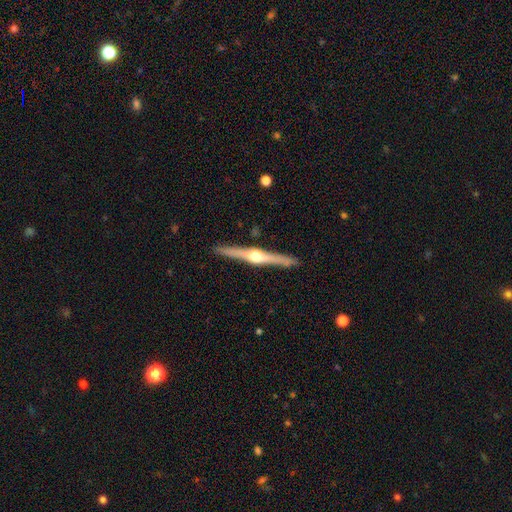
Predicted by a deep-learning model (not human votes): featured or disk 81%, smooth 14%, star or artifact 5%. Down the decision tree: edge-on disk — yes (98%); edge-on bulge — rounded (95%); merging — none (91%).